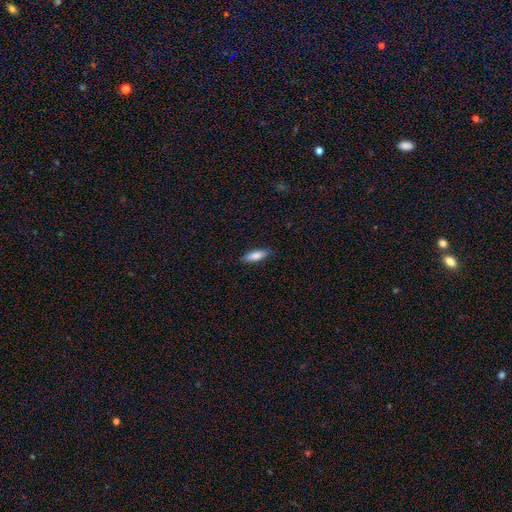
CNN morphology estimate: The model was most divided on "how rounded": in between: 55%, cigar-shaped: 44%, round: 2%. More confident: merging — none (87%); smooth or featured — smooth (82%).